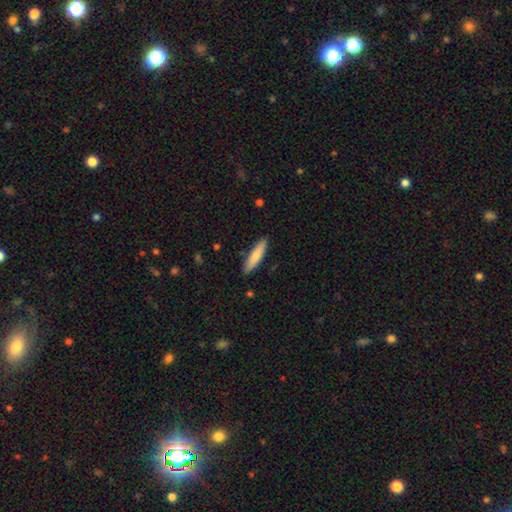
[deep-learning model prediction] Smooth or featured?
  - smooth: 78% *
  - featured or disk: 17%
  - star or artifact: 5%
How rounded?
  - cigar-shaped: 78% *
  - in between: 20%
  - round: 1%
Merging?
  - none: 88% *
  - minor disturbance: 9%
  - major disturbance: 2%
  - merger: 1%